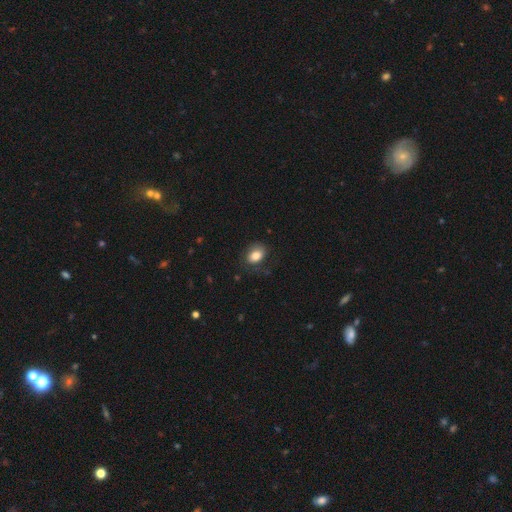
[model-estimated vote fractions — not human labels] The model was most divided on "how rounded": in between: 73%, round: 26%, cigar-shaped: 1%. More confident: smooth or featured — smooth (82%); merging — none (73%).